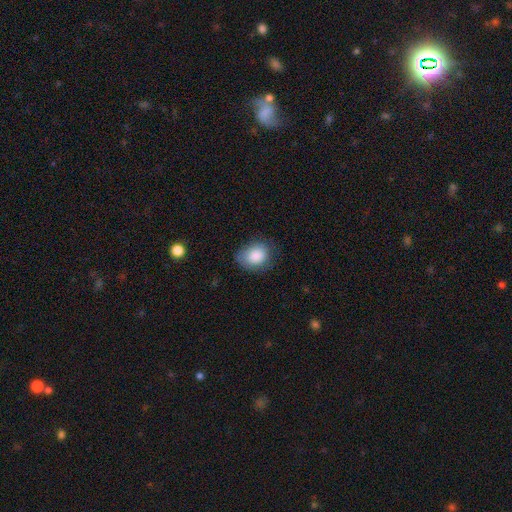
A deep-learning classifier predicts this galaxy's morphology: The model was most divided on "how rounded": in between: 58%, round: 41%, cigar-shaped: 1%. More confident: smooth or featured — smooth (86%); merging — none (72%).